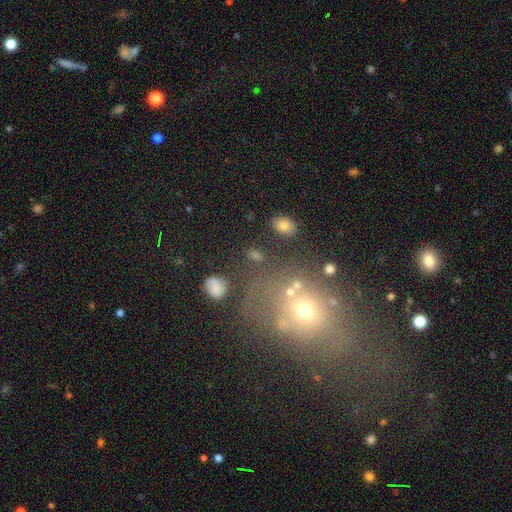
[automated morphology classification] Smooth or featured? smooth (61%)
How rounded? in between (51%)
Merging? none (67%)